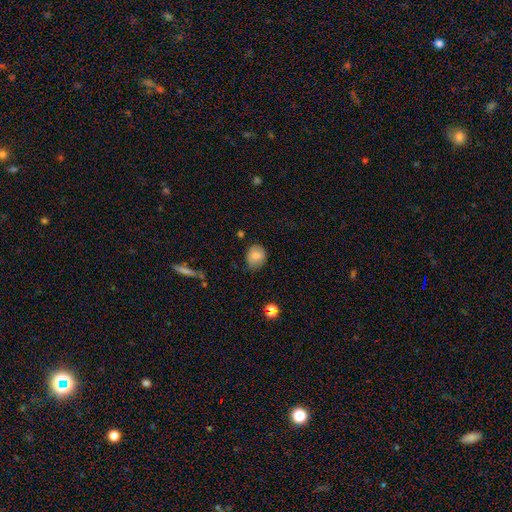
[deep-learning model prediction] This is likely a smooth galaxy (78%). How rounded: possibly round (59%). Merging: likely none (76%).